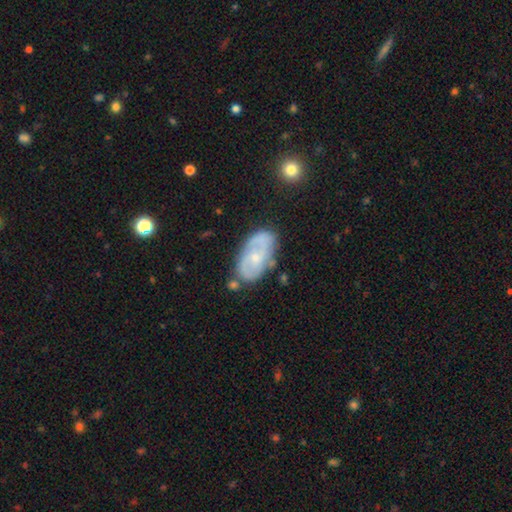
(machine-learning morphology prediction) Smooth or featured: featured or disk — 69% (smooth — 25%)
Edge-on disk: no — 94% (yes — 6%)
Bar: no — 64% (weak — 29%)
Spiral arms: yes — 77% (no — 23%)
Bulge size: small — 67% (moderate — 28%)
Merging: none — 70% (minor disturbance — 20%)